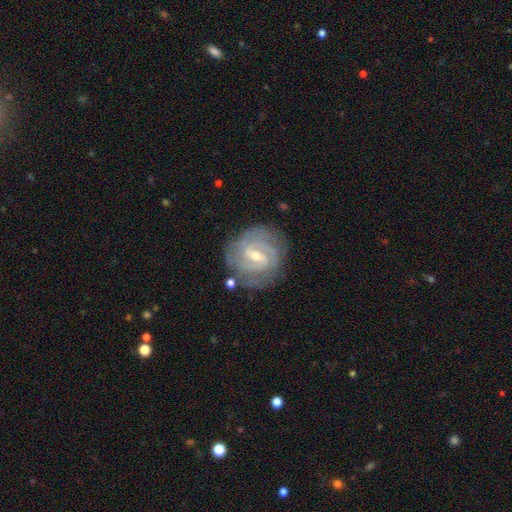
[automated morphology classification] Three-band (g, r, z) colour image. It shows a featured or disk galaxy (88%) with a weak bar (57%), 2 (42%) tight (65%) spiral arms (97%) and a small central bulge (57%). Merging: none (78%).